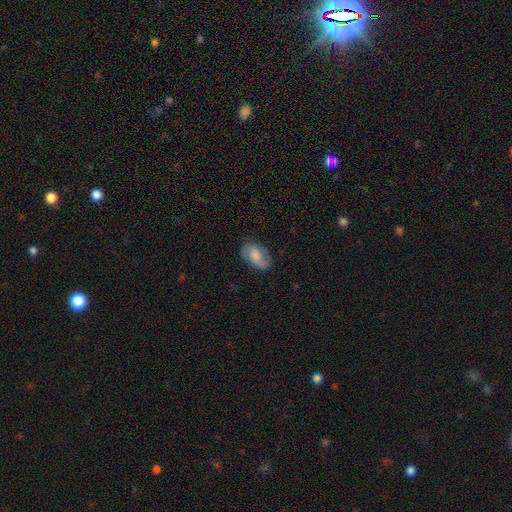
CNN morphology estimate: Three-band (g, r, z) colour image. It shows a smooth galaxy with no disk features (60%) that is in between round and cigar-shaped (91%). Merging: none (70%).